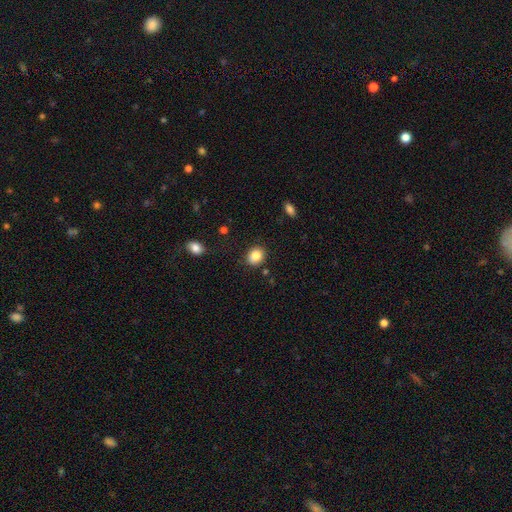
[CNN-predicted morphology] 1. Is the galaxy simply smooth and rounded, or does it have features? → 86% smooth, 9% star or artifact, 5% featured or disk.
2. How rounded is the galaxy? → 53% round, 47% in between, 1% cigar-shaped.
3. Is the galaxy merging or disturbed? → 85% none, 10% minor disturbance, 3% major disturbance, 2% merger.